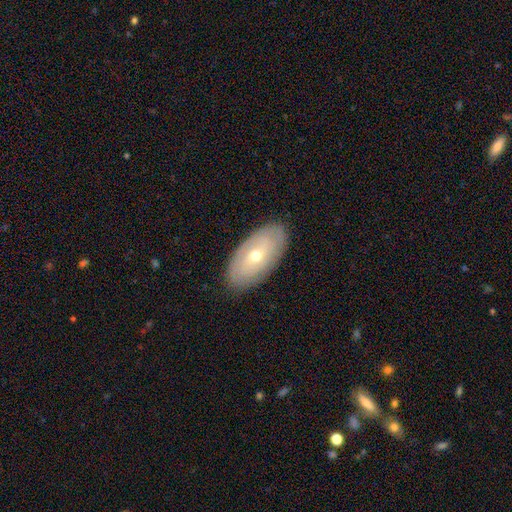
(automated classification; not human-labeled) Overall: featured or disk (55%; smooth 39%). Edge-on disk: no (87%). Merging: none (85%).